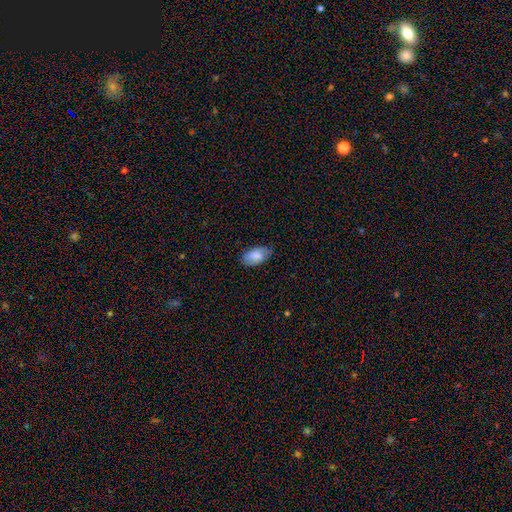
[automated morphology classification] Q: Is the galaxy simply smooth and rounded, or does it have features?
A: smooth — 81%.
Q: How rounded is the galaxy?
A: in between — 94%.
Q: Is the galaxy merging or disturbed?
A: none — 77%.